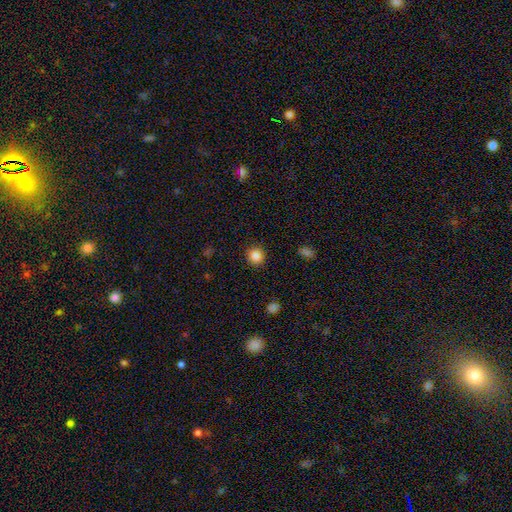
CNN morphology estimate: Overall: smooth (86%). How rounded: round (91%). Merging: none (91%).